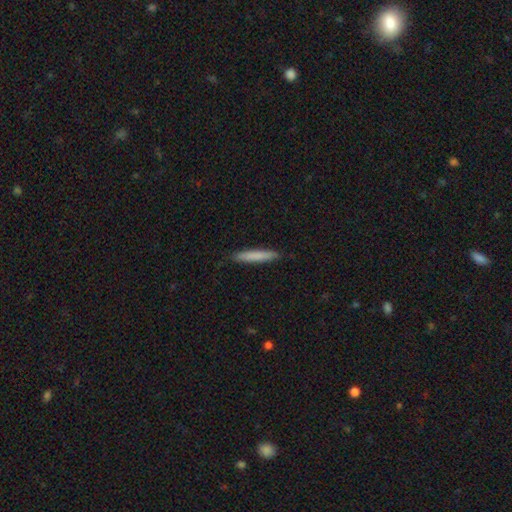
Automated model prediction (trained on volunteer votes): This is likely a smooth galaxy (79%). How rounded: clearly cigar-shaped (94%). Merging: clearly none (89%).